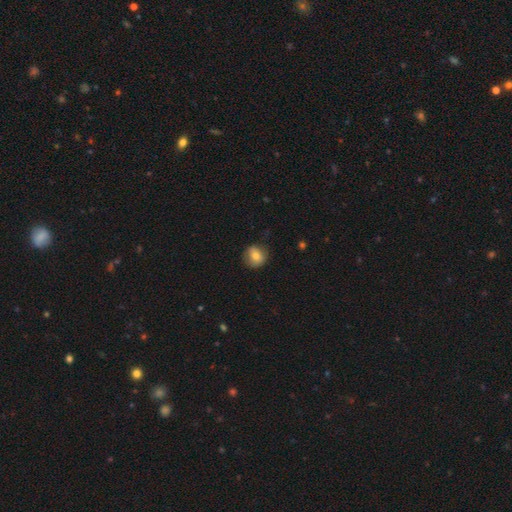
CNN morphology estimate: Smooth or featured: smooth — 74% (featured or disk — 17%)
How rounded: round — 80% (in between — 19%)
Merging: none — 77% (minor disturbance — 17%)